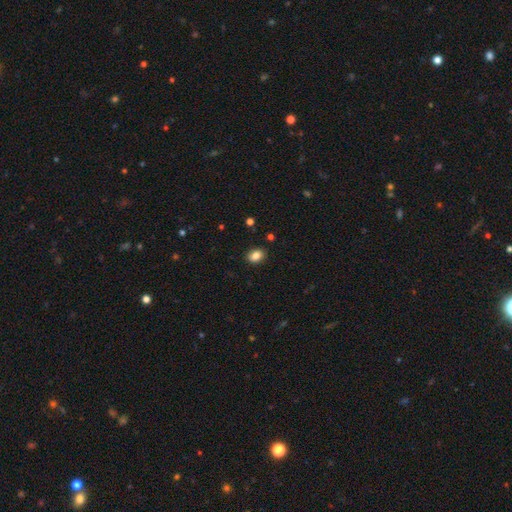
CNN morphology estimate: Q: Smooth or featured?
A: smooth (85%); runner-up: star or artifact (9%)
Q: How rounded?
A: in between (75%); runner-up: round (23%)
Q: Merging?
A: none (88%); runner-up: minor disturbance (8%)